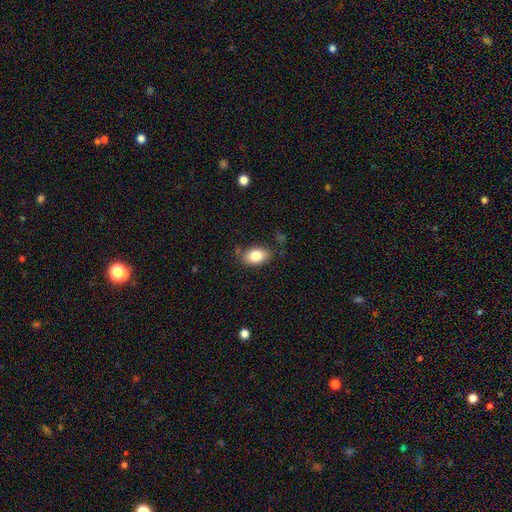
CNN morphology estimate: Smooth or featured?
  - smooth: 82% *
  - featured or disk: 10%
  - star or artifact: 8%
How rounded?
  - in between: 87% *
  - round: 11%
  - cigar-shaped: 2%
Merging?
  - none: 77% *
  - minor disturbance: 16%
  - major disturbance: 4%
  - merger: 3%